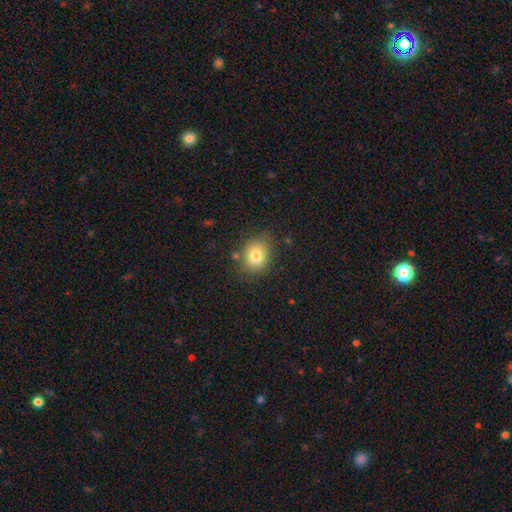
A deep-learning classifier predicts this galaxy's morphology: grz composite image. It shows a smooth galaxy with no disk features (80%) that is round (57%). Merging: none (78%).